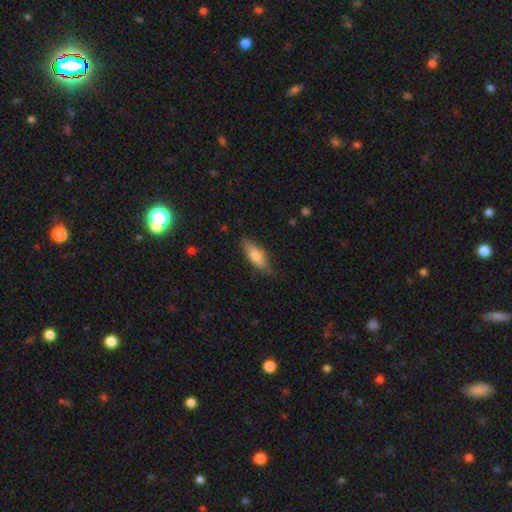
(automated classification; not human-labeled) A smooth galaxy with no disk features (71%) that is in between round and cigar-shaped (57%).

Vote fractions:
- Smooth or featured? smooth: 71% / featured or disk: 23% / star or artifact: 6%
- How rounded? in between: 57% / cigar-shaped: 41% / round: 2%
- Merging? none: 76% / minor disturbance: 20% / major disturbance: 3% / merger: 1%